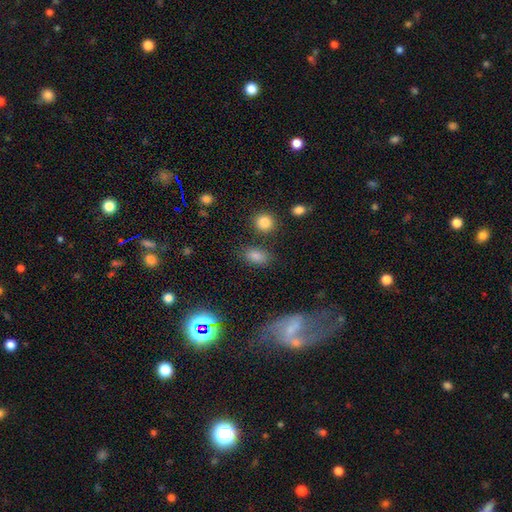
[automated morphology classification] Smooth or featured?
  - smooth: 77% *
  - star or artifact: 15%
  - featured or disk: 8%
How rounded?
  - in between: 83% *
  - round: 14%
  - cigar-shaped: 3%
Merging?
  - none: 77% *
  - minor disturbance: 13%
  - merger: 6%
  - major disturbance: 5%